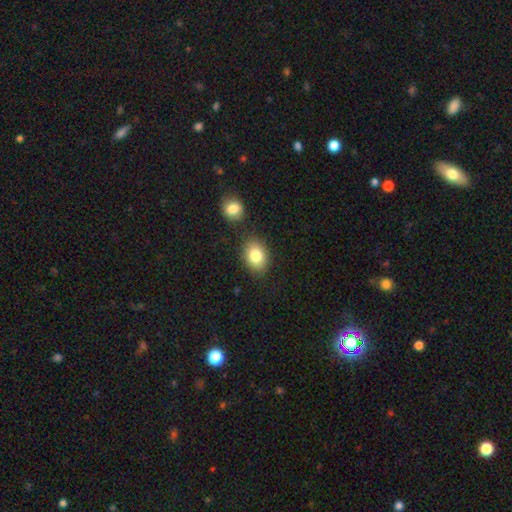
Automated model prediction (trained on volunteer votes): Smooth or featured? Predicted: smooth (p=0.83). How rounded? Predicted: in between (p=0.69). Merging? Predicted: none (p=0.77).